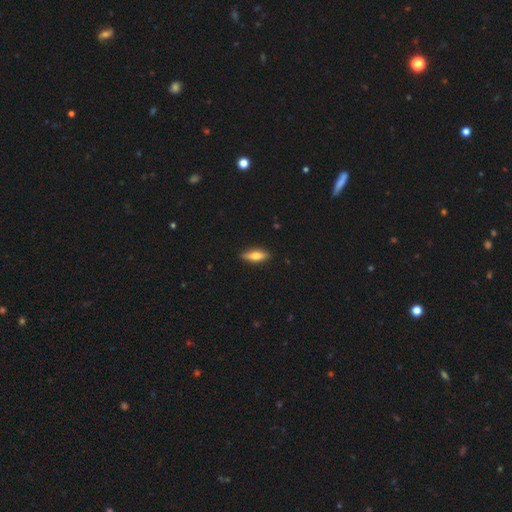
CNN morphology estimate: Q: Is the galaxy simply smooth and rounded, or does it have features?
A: smooth — 56%.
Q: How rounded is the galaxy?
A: in between — 52%.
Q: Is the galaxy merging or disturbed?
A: none — 89%.